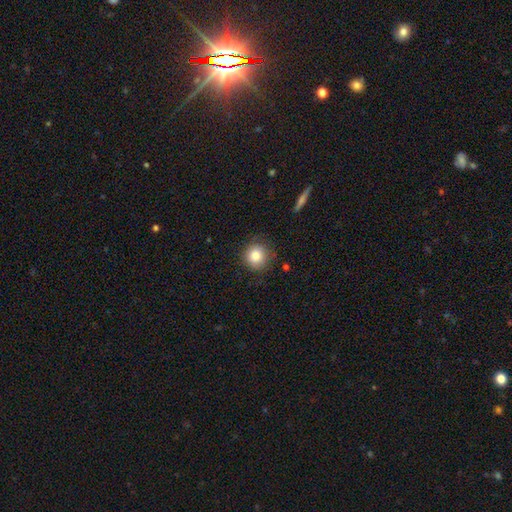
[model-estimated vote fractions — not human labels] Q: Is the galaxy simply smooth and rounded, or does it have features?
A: smooth — 83%.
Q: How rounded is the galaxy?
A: round — 92%.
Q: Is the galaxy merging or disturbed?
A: none — 84%.